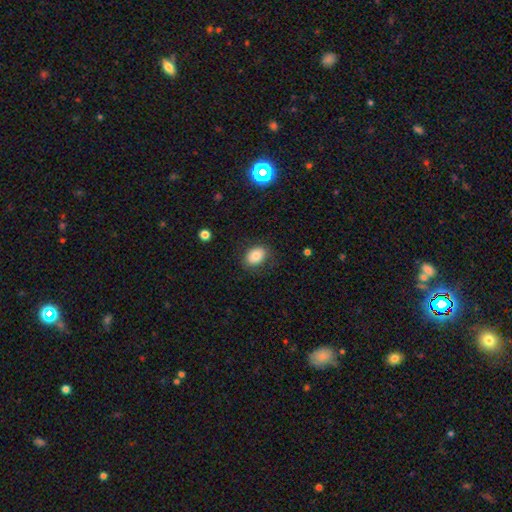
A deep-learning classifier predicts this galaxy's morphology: Overall: smooth (82%). How rounded: in between (72%). Merging: none (81%).